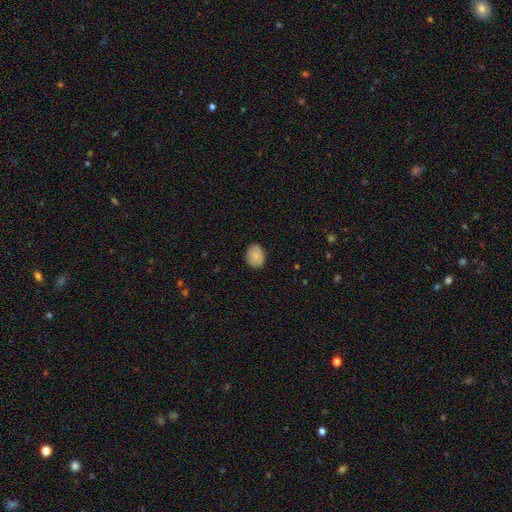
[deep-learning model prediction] Smooth or featured? smooth (86%)
How rounded? in between (57%)
Merging? none (84%)